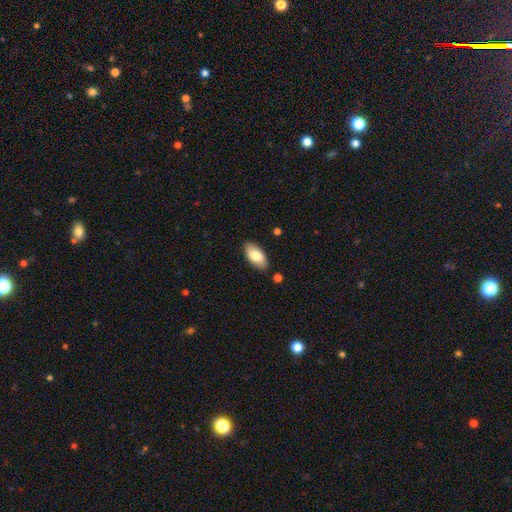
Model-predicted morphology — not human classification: Smooth or featured?
  - smooth: 78% *
  - featured or disk: 16%
  - star or artifact: 6%
How rounded?
  - in between: 94% *
  - cigar-shaped: 4%
  - round: 2%
Merging?
  - none: 86% *
  - minor disturbance: 10%
  - major disturbance: 2%
  - merger: 2%